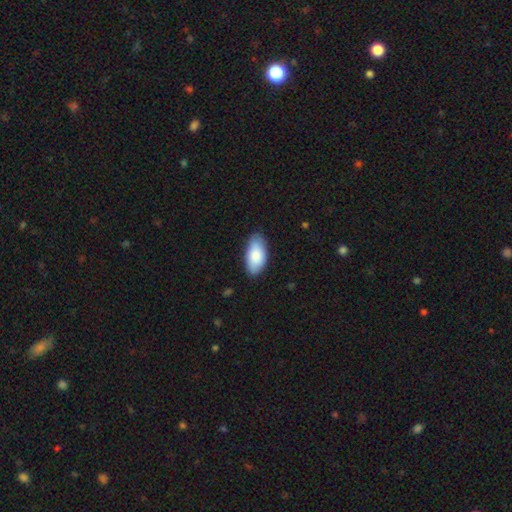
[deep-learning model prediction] Smooth or featured? smooth (84%)
How rounded? in between (94%)
Merging? none (83%)